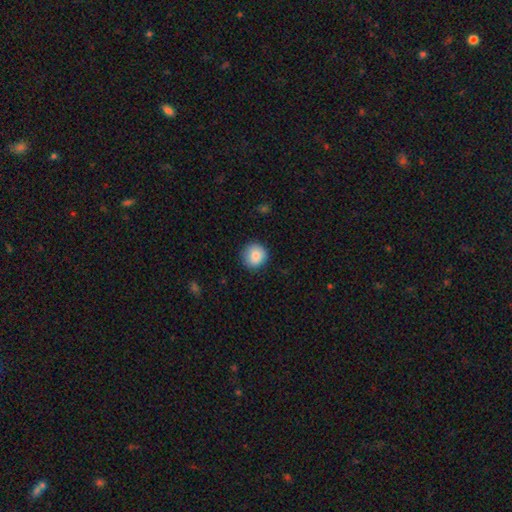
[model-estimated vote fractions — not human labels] A smooth galaxy with no disk features (87%) that is round (90%). Merging: none (87%).